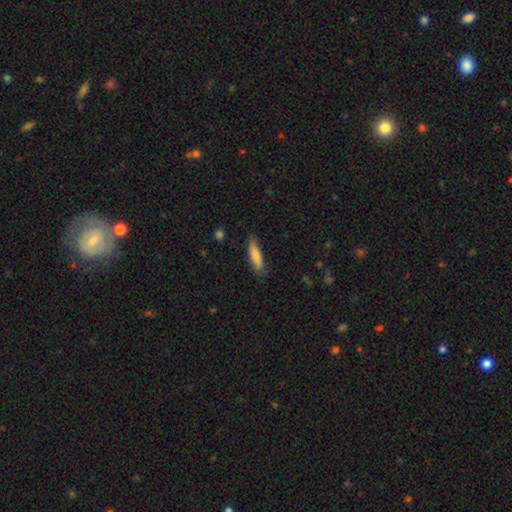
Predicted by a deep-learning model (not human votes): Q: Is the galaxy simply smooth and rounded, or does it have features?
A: smooth — 80%.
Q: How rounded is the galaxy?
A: cigar-shaped — 74%.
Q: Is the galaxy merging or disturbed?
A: none — 82%.